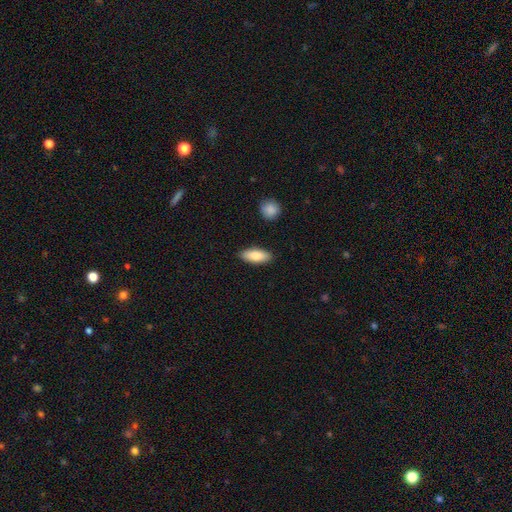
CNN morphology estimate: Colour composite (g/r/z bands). It shows a smooth galaxy with no disk features (81%) that is in between round and cigar-shaped (79%). Merging: none (88%).